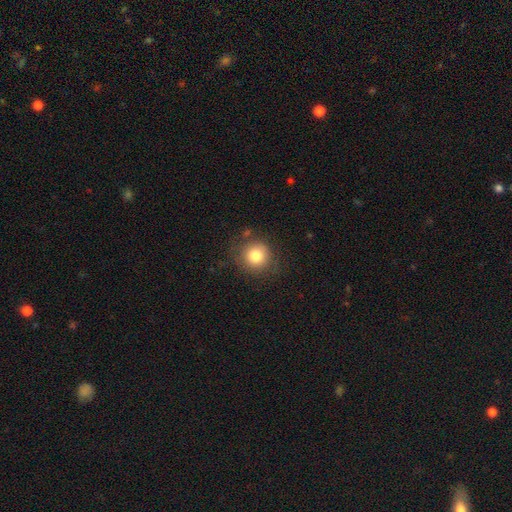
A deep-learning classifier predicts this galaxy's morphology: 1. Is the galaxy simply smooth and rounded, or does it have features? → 80% smooth, 11% star or artifact, 9% featured or disk.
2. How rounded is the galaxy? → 91% round, 8% in between, 1% cigar-shaped.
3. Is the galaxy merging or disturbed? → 81% none, 13% minor disturbance, 4% major disturbance, 2% merger.